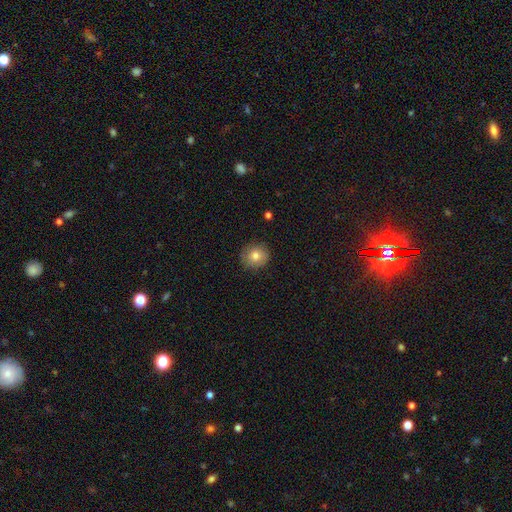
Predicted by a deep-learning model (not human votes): Smooth or featured? smooth (79%)
How rounded? round (88%)
Merging? none (86%)